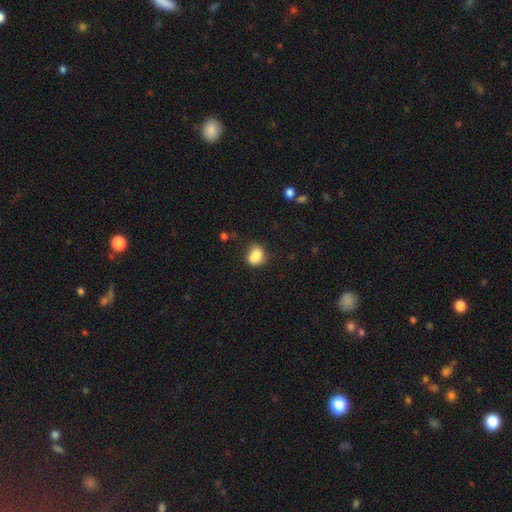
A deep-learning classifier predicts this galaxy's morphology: Smooth or featured? Predicted: smooth (p=0.80). How rounded? Predicted: round (p=0.59). Merging? Predicted: none (p=0.48).